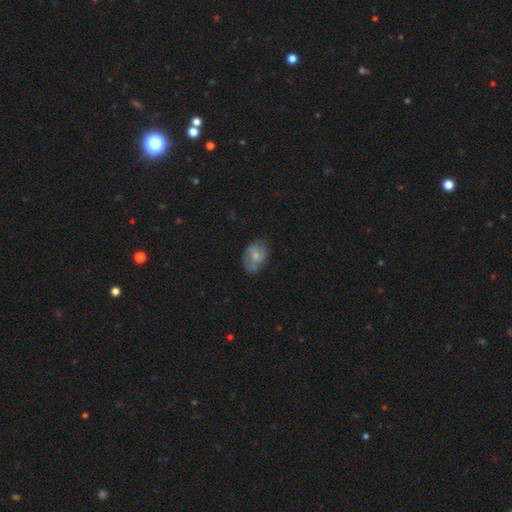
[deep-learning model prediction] smooth-or-featured: smooth: 48% | featured or disk: 45% | star or artifact: 7%
  merging: none: 65% | minor disturbance: 26% | major disturbance: 8% | merger: 2%